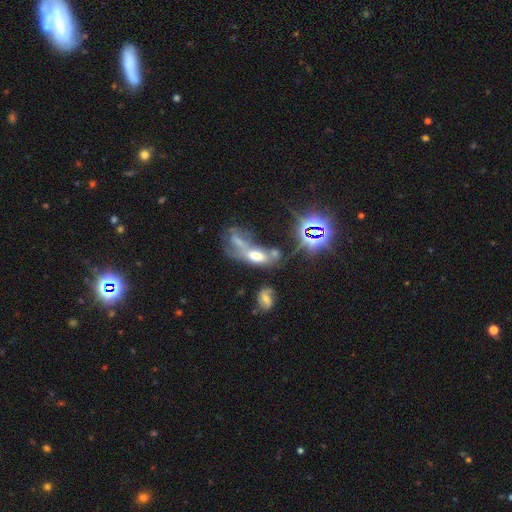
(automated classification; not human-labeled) Morphology: type=smooth (42%); merging=merger (50%).